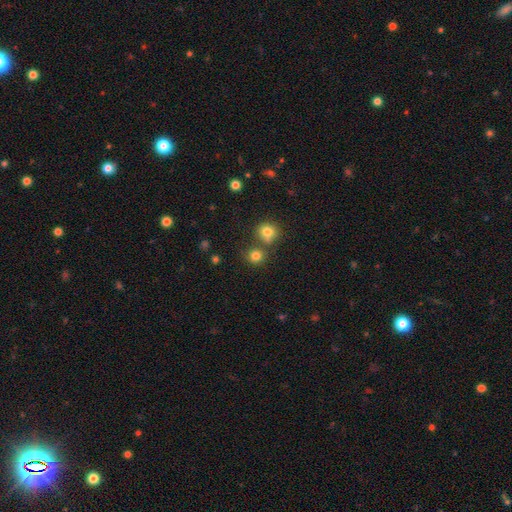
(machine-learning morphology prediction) Smooth or featured? Predicted: smooth (p=0.80). How rounded? Predicted: round (p=0.87). Merging? Predicted: none (p=0.67).